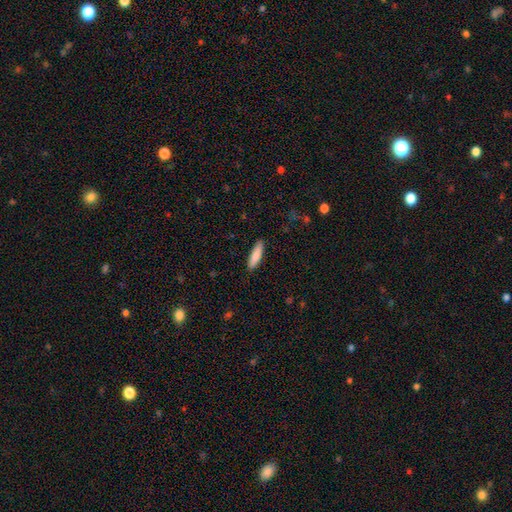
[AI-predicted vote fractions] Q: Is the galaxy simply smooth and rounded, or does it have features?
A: smooth — 84%.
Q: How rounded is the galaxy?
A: cigar-shaped — 73%.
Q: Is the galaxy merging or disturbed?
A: none — 90%.